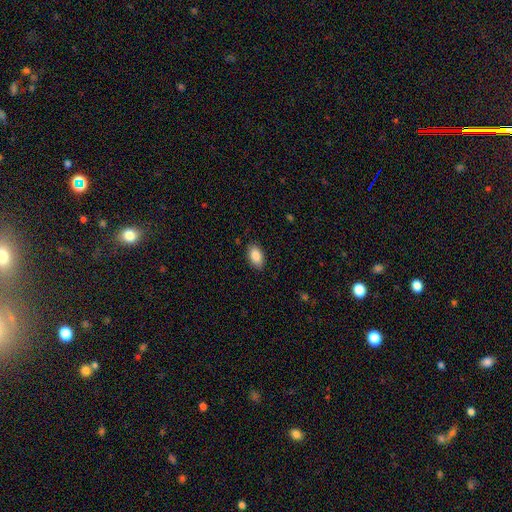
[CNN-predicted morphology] smooth 87%, star or artifact 7%, featured or disk 6%. Down the decision tree: how rounded — in between (93%); merging — none (87%).